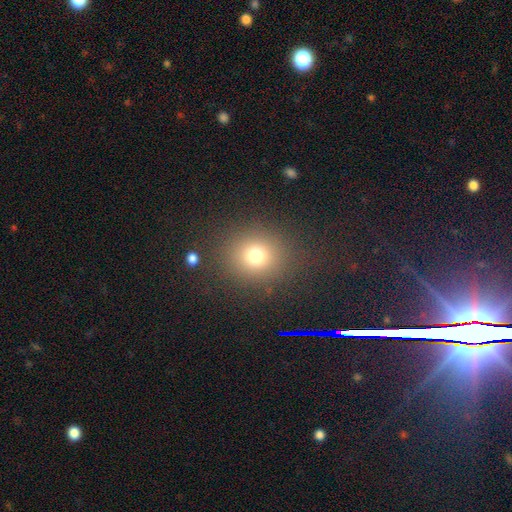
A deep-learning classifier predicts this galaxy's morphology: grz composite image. It shows a smooth galaxy with no disk features (74%) that is round (82%). Merging: none (86%).